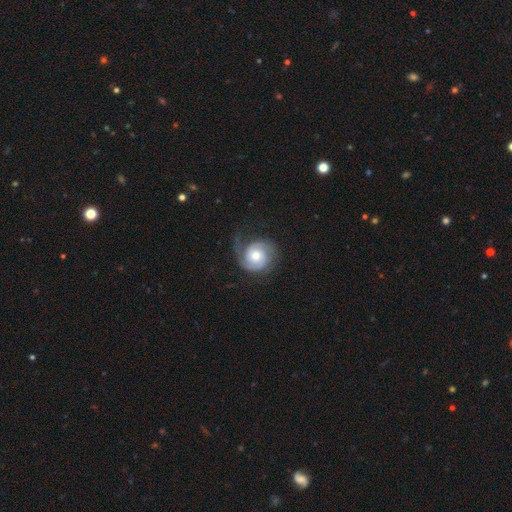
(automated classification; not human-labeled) Smooth or featured? Predicted: featured or disk (p=0.73). Edge-on disk? Predicted: no (p=0.98). Bar? Predicted: no (p=0.73). Spiral arms? Predicted: yes (p=0.94). Spiral winding? Predicted: tight (p=0.49). Spiral arm count? Predicted: 2 (p=0.68). Bulge size? Predicted: moderate (p=0.66). Merging? Predicted: none (p=0.60).